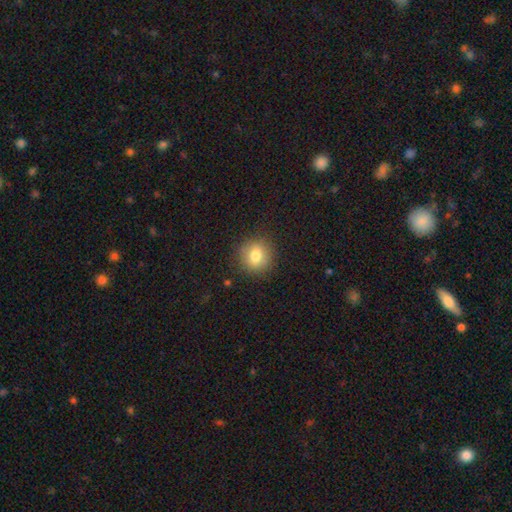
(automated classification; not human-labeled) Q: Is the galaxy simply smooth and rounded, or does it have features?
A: smooth — 79%.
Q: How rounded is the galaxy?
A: round — 85%.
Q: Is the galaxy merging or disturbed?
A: none — 87%.